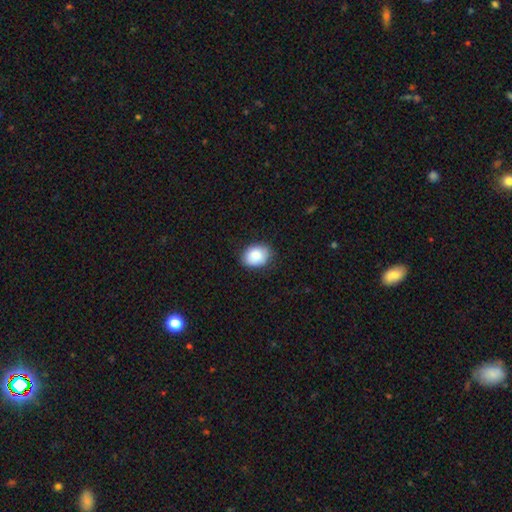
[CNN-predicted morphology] Smooth or featured?
  - smooth: 87% *
  - star or artifact: 7%
  - featured or disk: 6%
How rounded?
  - in between: 66% *
  - round: 33%
  - cigar-shaped: 1%
Merging?
  - none: 83% *
  - minor disturbance: 14%
  - major disturbance: 2%
  - merger: 1%